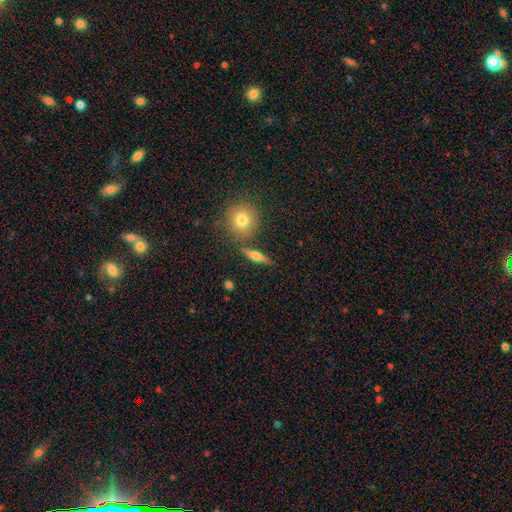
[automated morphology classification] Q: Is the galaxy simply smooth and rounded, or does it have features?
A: smooth — 50%.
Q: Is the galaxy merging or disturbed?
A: none — 79%.